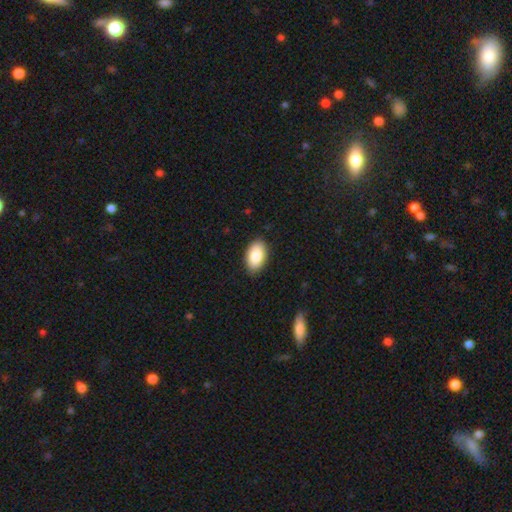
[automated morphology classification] Overall: smooth (87%). How rounded: in between (94%). Merging: none (86%).